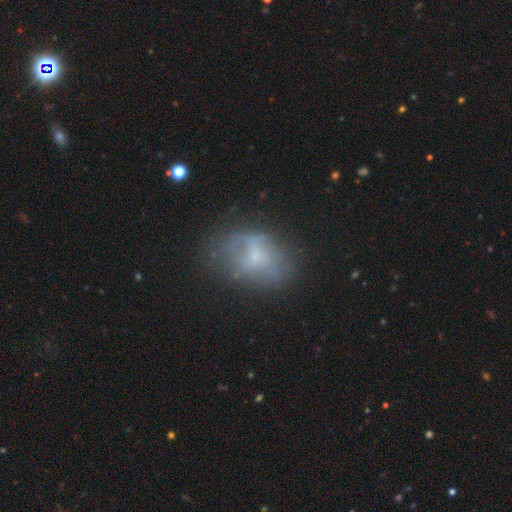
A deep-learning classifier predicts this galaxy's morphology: Q: Smooth or featured?
A: featured or disk (45%); runner-up: smooth (43%)
Q: Merging?
A: none (52%); runner-up: minor disturbance (27%)